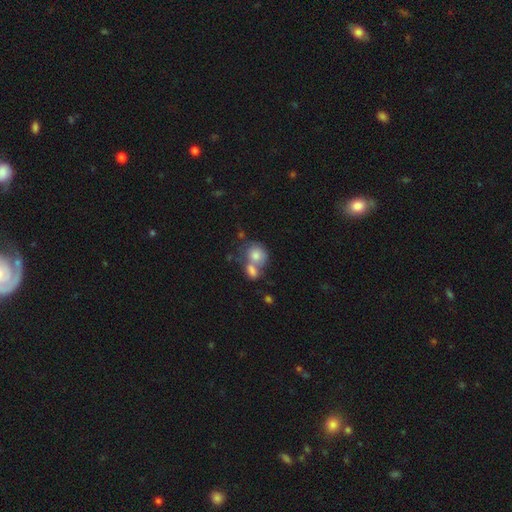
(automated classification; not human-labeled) Smooth or featured? smooth (77%)
How rounded? round (62%)
Merging? merger (56%)